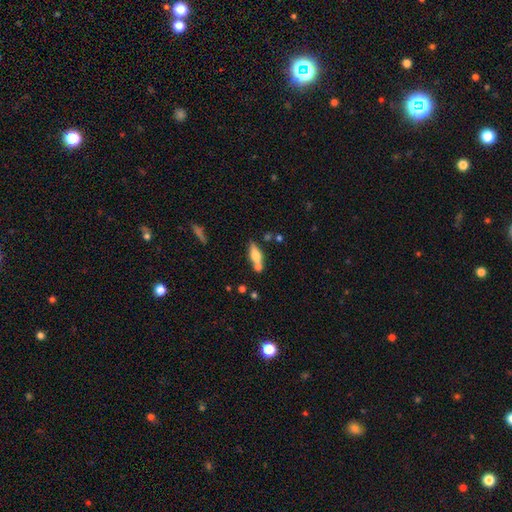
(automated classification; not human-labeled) The model was most divided on "how rounded": in between: 57%, cigar-shaped: 40%, round: 4%. More confident: merging — none (60%); smooth or featured — smooth (56%).